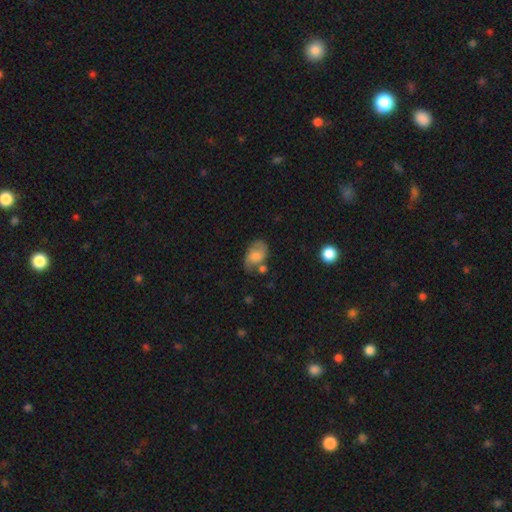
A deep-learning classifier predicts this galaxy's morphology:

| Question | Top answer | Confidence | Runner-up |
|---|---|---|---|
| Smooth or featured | smooth | 49% | featured or disk (43%) |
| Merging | none | 48% | minor disturbance (27%) |